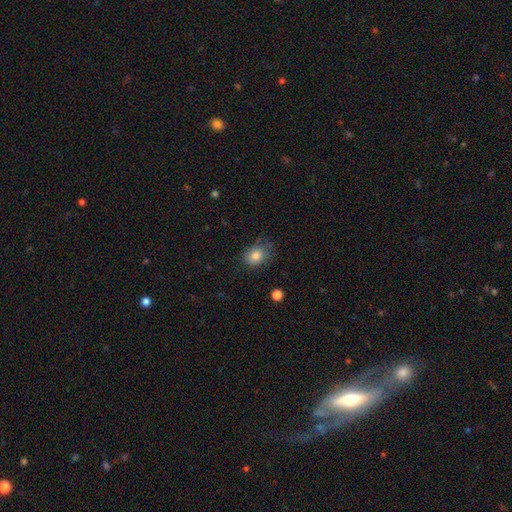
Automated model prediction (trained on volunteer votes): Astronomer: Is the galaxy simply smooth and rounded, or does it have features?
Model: smooth — 82%.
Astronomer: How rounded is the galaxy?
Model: round — 52% (runner-up: in between, 48%).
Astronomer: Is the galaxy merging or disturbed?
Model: none — 66%.